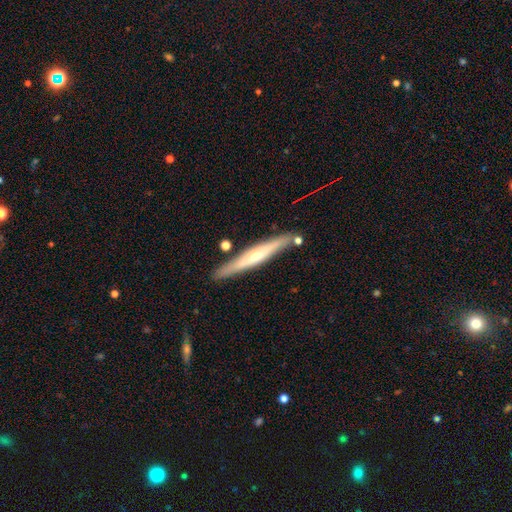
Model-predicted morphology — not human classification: This appears to be a featured or disk galaxy (57%) viewed edge-on (94%) with a rounded central bulge (67%). Merging: none (84%).